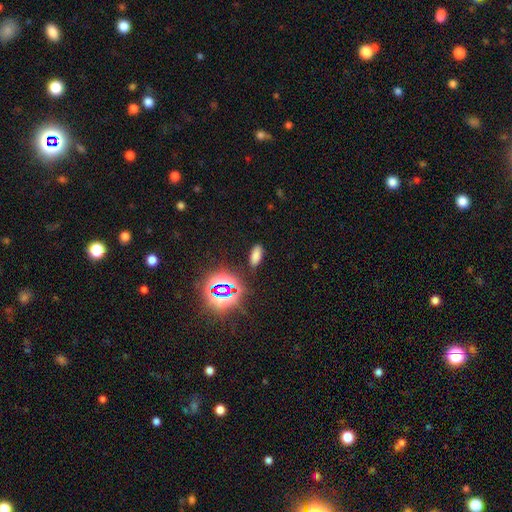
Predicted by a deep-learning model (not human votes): Morphology: type=smooth (69%); roundness=in between (84%); merging=none (85%).